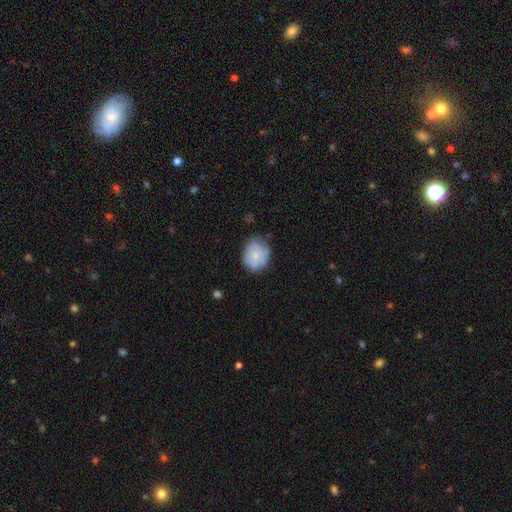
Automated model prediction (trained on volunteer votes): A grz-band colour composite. It shows a smooth galaxy with no disk features (63%) that is round (63%). Merging: none (56%).